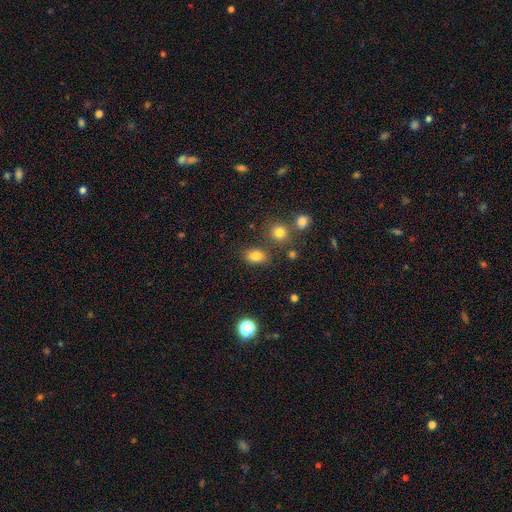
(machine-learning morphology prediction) smooth 81%, star or artifact 13%, featured or disk 7%. Down the decision tree: how rounded — in between (77%); merging — none (77%).